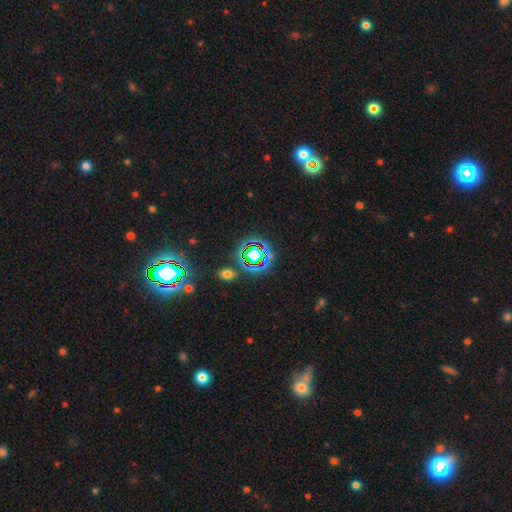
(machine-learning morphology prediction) smooth-or-featured: star or artifact: 59% | smooth: 27% | featured or disk: 14%